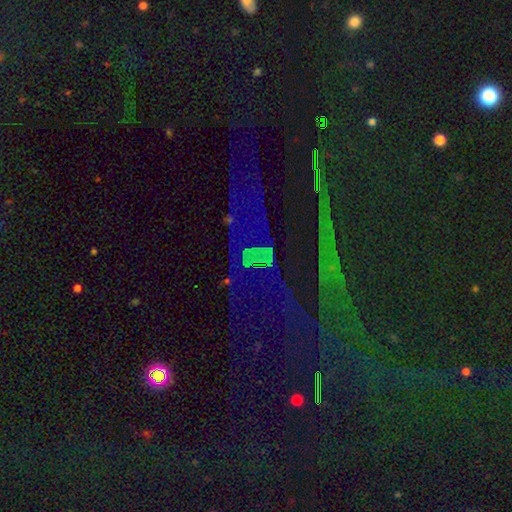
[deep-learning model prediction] Smooth or featured: star or artifact — 74% (featured or disk — 14%)